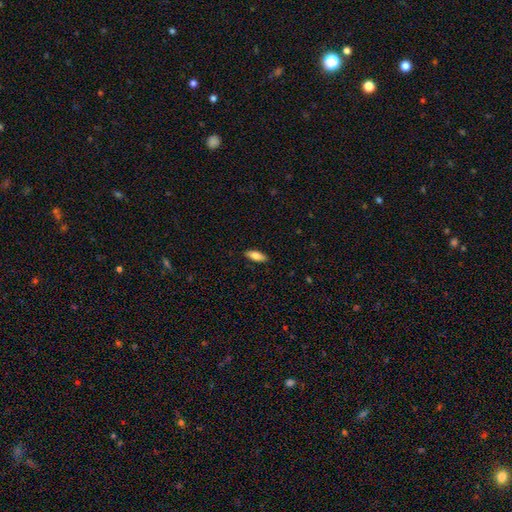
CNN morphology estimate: type=smooth (81%); roundness=in between (73%); merging=none (88%).